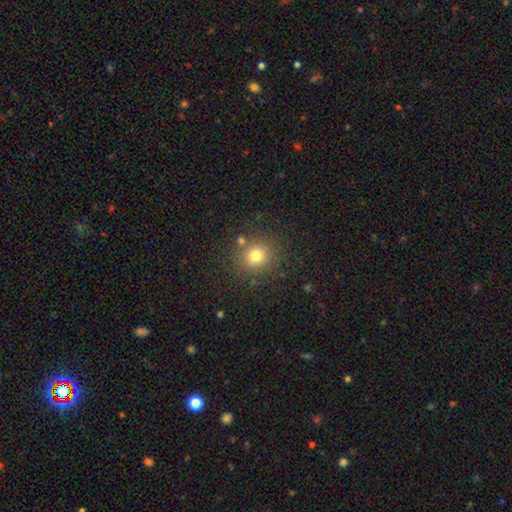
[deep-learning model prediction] A smooth galaxy with no disk features (75%) that is round (88%). Merging: none (82%).